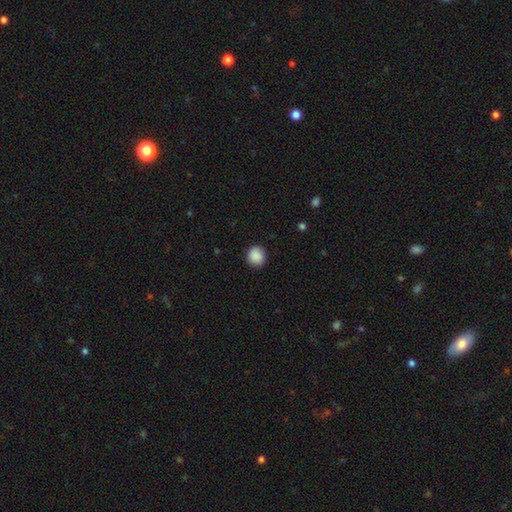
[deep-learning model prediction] smooth-or-featured: smooth: 89% | star or artifact: 8% | featured or disk: 3%
  how-rounded: round: 87% | in between: 12% | cigar-shaped: 1%
  merging: none: 89% | minor disturbance: 8% | major disturbance: 2% | merger: 1%